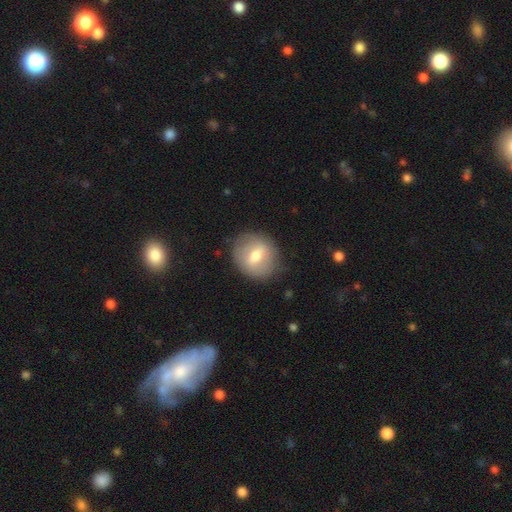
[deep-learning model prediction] smooth_or_featured: smooth (p=0.59) [alt: featured or disk p=0.34]
how_rounded: round (p=0.76) [alt: in between p=0.22]
merging: none (p=0.81) [alt: minor disturbance p=0.14]